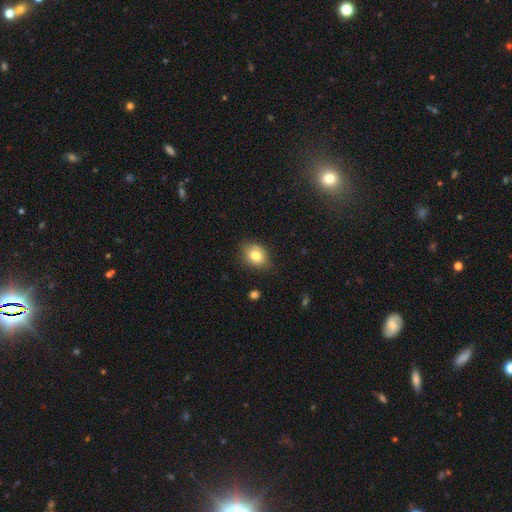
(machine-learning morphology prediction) A smooth galaxy with no disk features (79%) that is in between round and cigar-shaped (64%). Merging: none (77%).